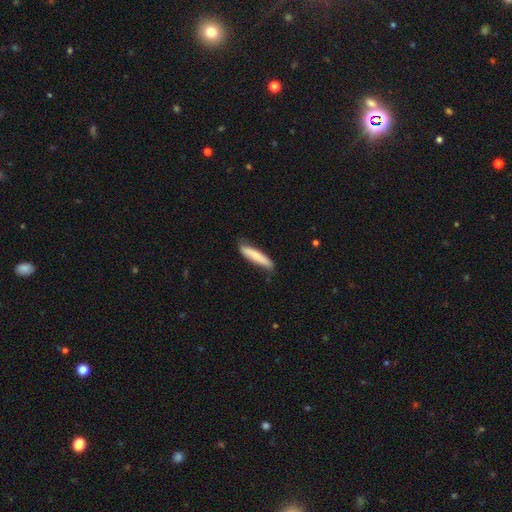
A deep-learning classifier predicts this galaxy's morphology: smooth-or-featured: smooth: 73% | featured or disk: 22% | star or artifact: 5%
  how-rounded: cigar-shaped: 84% | in between: 14% | round: 1%
  merging: none: 75% | minor disturbance: 20% | major disturbance: 3% | merger: 2%